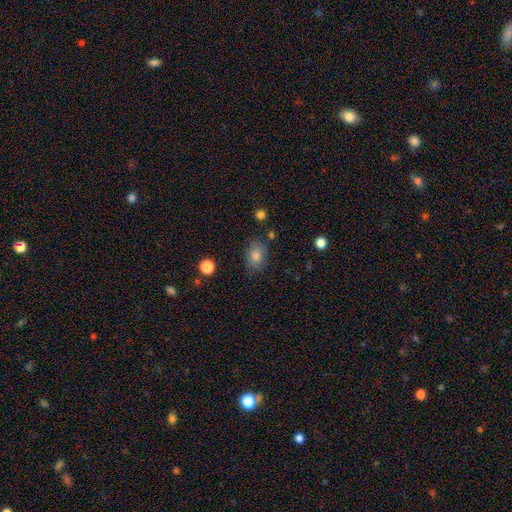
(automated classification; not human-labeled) This is likely a smooth galaxy (79%). How rounded: likely in between (73%). Merging: likely none (78%).